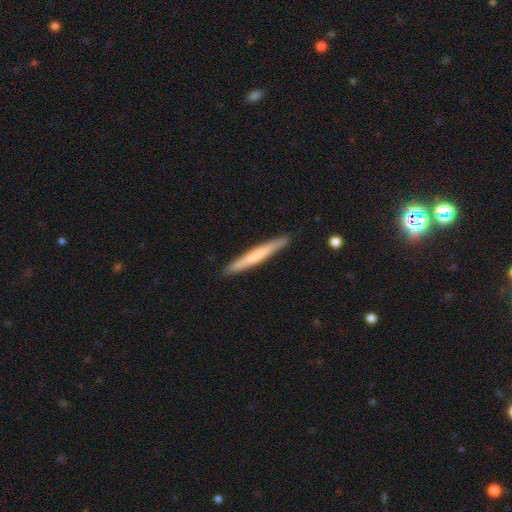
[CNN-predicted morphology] The model was most divided on "smooth or featured": smooth: 56%, featured or disk: 39%, star or artifact: 5%. More confident: how rounded — cigar-shaped (96%); merging — none (90%).